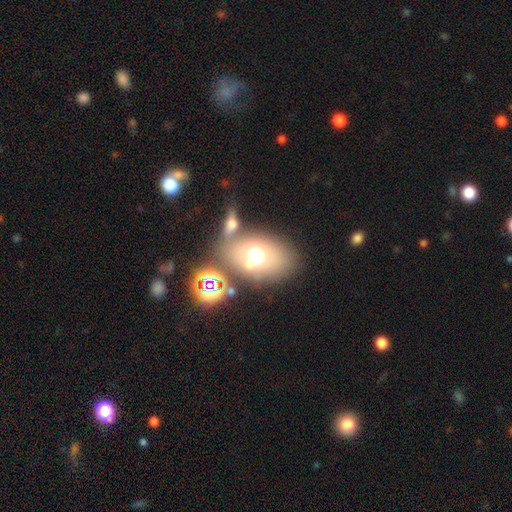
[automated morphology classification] Smooth or featured? smooth (59%)
How rounded? in between (68%)
Merging? none (50%)